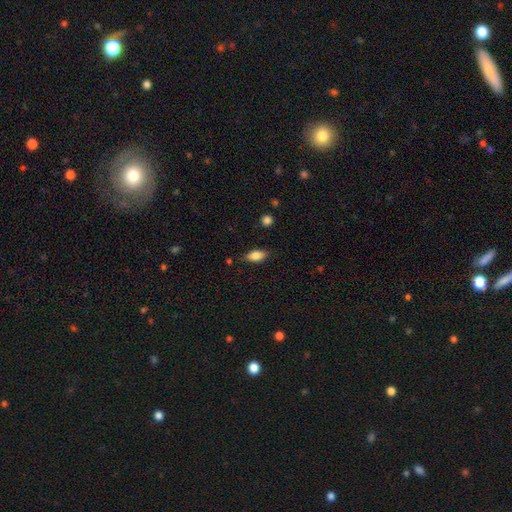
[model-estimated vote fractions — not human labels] A smooth galaxy with no disk features (78%) that is in between round and cigar-shaped (84%).

Vote fractions:
- Smooth or featured? smooth: 78% / featured or disk: 14% / star or artifact: 8%
- How rounded? in between: 84% / cigar-shaped: 12% / round: 5%
- Merging? none: 79% / minor disturbance: 16% / major disturbance: 3% / merger: 2%